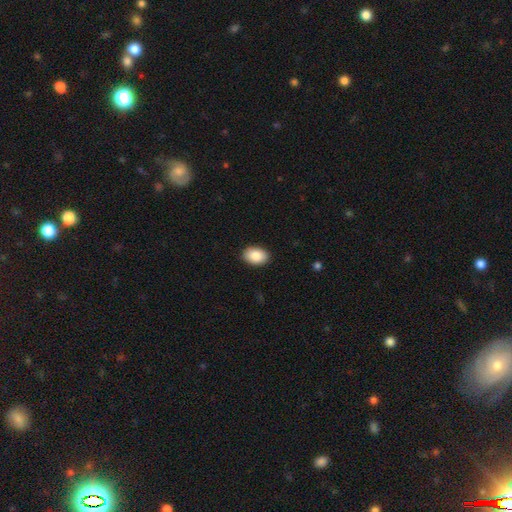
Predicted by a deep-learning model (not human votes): Smooth or featured: smooth — 89% (star or artifact — 6%)
How rounded: in between — 88% (round — 11%)
Merging: none — 89% (minor disturbance — 8%)